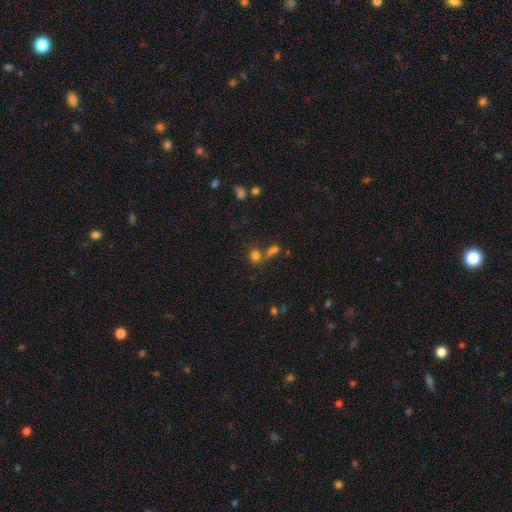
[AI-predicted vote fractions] Q: Smooth or featured?
A: smooth (76%); runner-up: star or artifact (17%)
Q: How rounded?
A: round (74%); runner-up: in between (24%)
Q: Merging?
A: none (59%); runner-up: merger (27%)